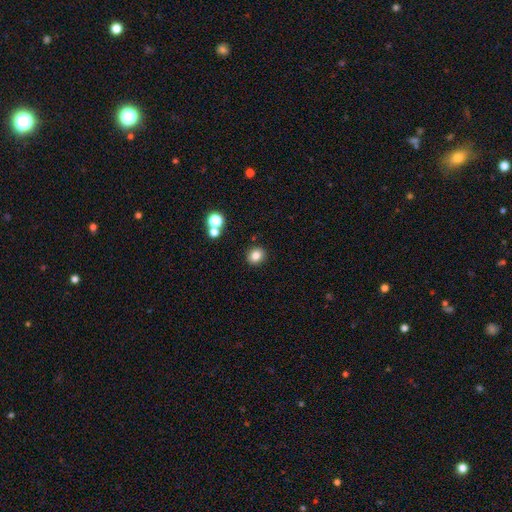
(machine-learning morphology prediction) smooth-or-featured: smooth: 82% | star or artifact: 12% | featured or disk: 6%
  how-rounded: round: 75% | in between: 24% | cigar-shaped: 1%
  merging: none: 89% | minor disturbance: 6% | merger: 3% | major disturbance: 2%